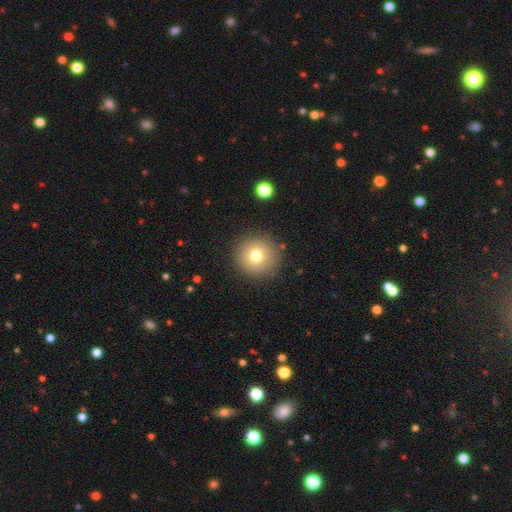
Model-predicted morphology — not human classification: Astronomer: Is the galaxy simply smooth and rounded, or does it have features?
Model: smooth — 75%.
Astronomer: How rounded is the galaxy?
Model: round — 95%.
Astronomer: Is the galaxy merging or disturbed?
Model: none — 88%.